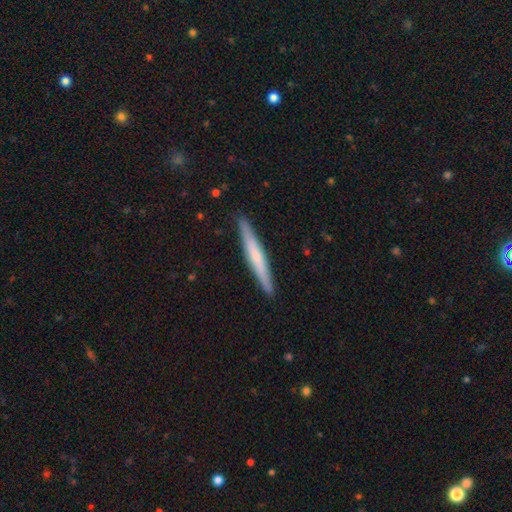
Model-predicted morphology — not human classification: Overall: smooth (51%; featured or disk 43%). How rounded: cigar-shaped (96%). Merging: none (92%).